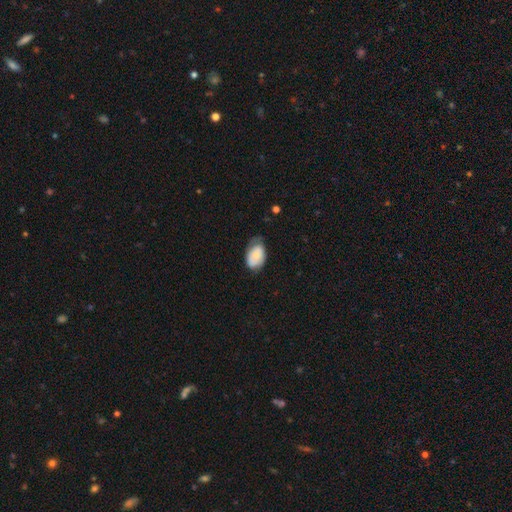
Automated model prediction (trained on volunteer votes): smooth-or-featured: smooth: 62% | featured or disk: 31% | star or artifact: 6%
  how-rounded: in between: 87% | round: 12% | cigar-shaped: 1%
  merging: none: 47% | minor disturbance: 38% | major disturbance: 13% | merger: 2%